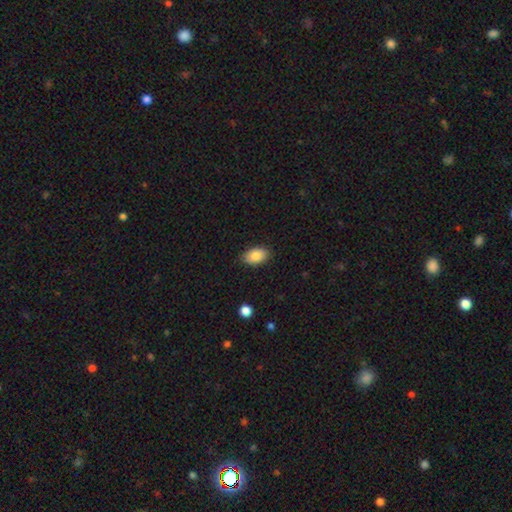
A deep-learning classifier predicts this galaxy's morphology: Q: Smooth or featured?
A: smooth (85%); runner-up: featured or disk (8%)
Q: How rounded?
A: in between (91%); runner-up: round (7%)
Q: Merging?
A: none (85%); runner-up: minor disturbance (12%)